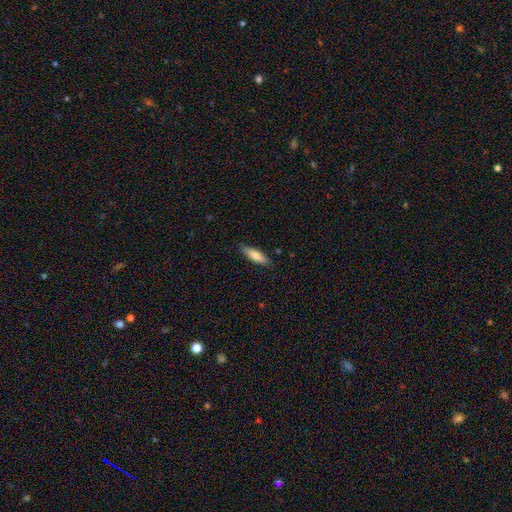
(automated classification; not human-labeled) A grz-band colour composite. It shows a smooth galaxy with no disk features (80%) that is cigar-shaped (58%). Merging: none (84%).